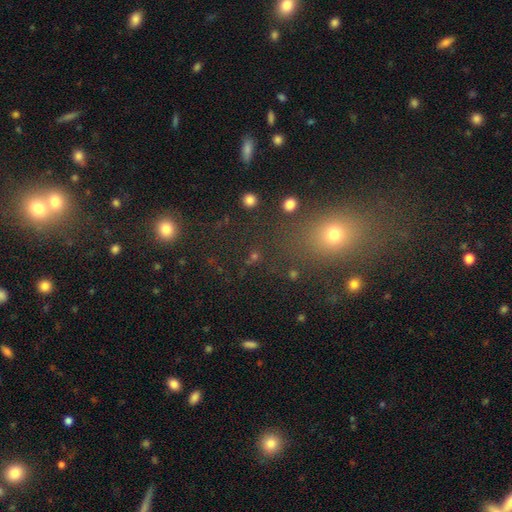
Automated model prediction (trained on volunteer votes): Smooth or featured? Predicted: smooth (p=0.51). How rounded? Predicted: round (p=0.68). Merging? Predicted: none (p=0.74).